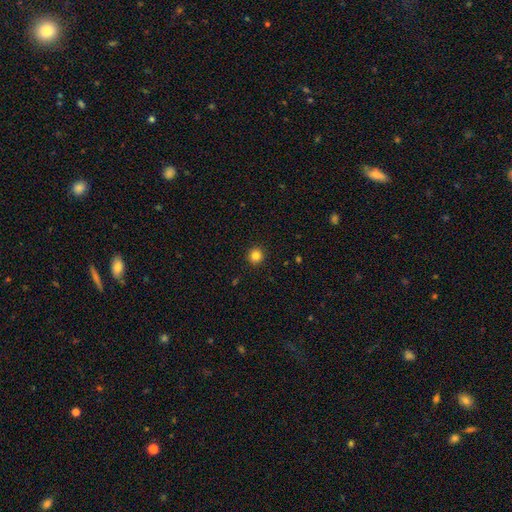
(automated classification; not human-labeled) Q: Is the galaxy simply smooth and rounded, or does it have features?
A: smooth — 84%.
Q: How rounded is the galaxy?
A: round — 94%.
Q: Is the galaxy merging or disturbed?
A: none — 93%.